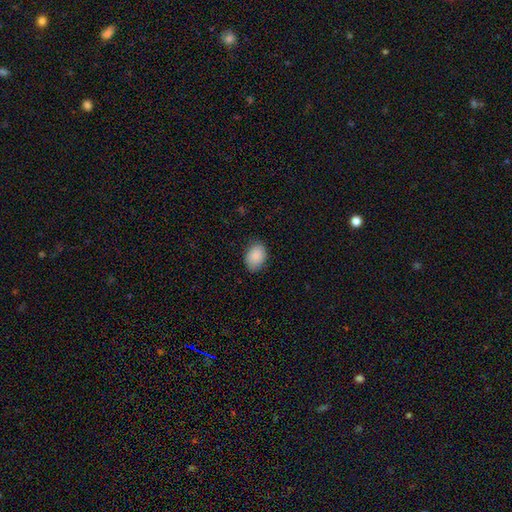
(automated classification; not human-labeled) Smooth or featured? Predicted: smooth (p=0.88). How rounded? Predicted: in between (p=0.79). Merging? Predicted: none (p=0.83).